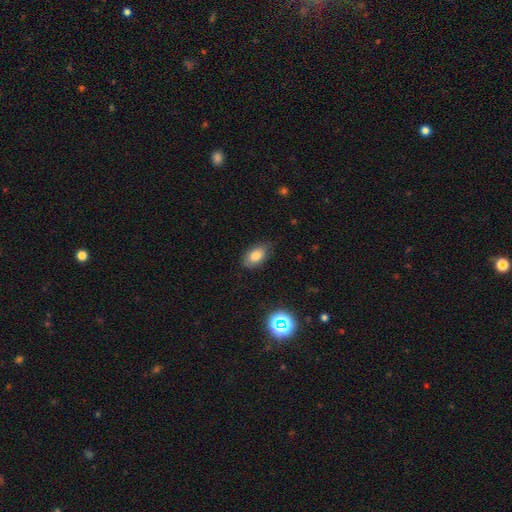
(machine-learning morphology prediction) Smooth or featured? smooth (81%)
How rounded? in between (91%)
Merging? none (79%)